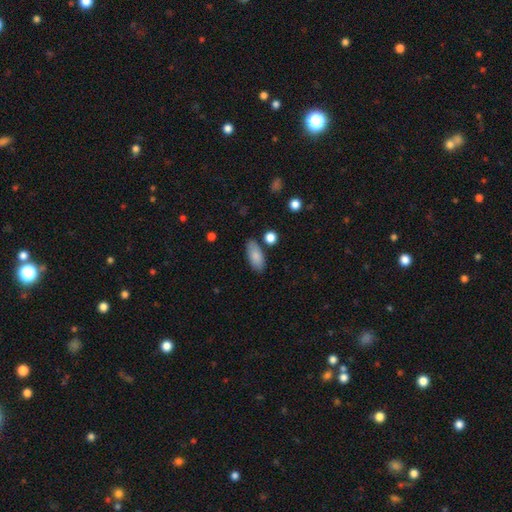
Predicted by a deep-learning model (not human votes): Q: Smooth or featured?
A: smooth (85%); runner-up: featured or disk (9%)
Q: How rounded?
A: in between (86%); runner-up: cigar-shaped (12%)
Q: Merging?
A: none (79%); runner-up: minor disturbance (13%)